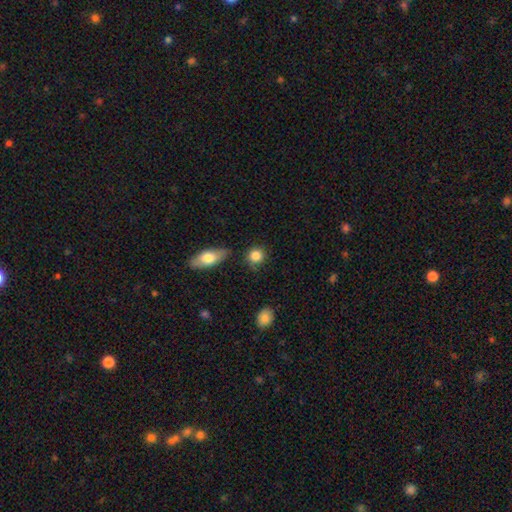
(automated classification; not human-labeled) Morphology: type=smooth (85%); roundness=round (86%); merging=none (77%).